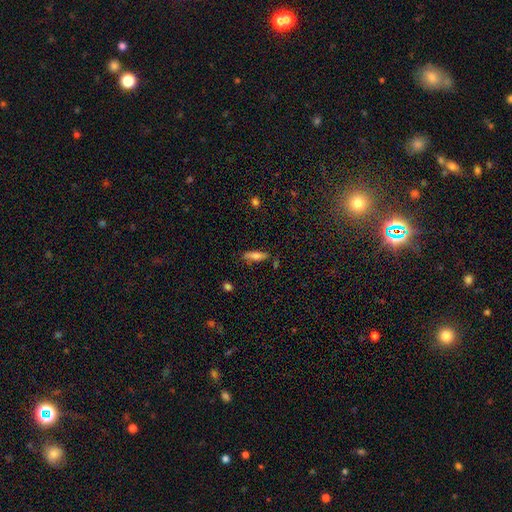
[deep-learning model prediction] Morphology: type=smooth (71%); roundness=in between (50%); merging=none (79%).